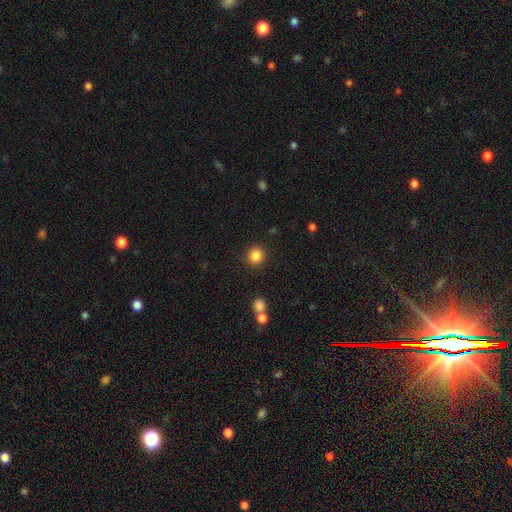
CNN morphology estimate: This is clearly a smooth galaxy (86%). How rounded: clearly round (89%). Merging: clearly none (90%).